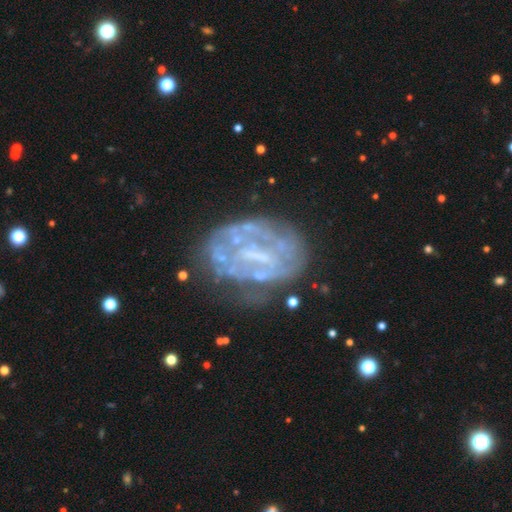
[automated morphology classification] Q: Smooth or featured?
A: featured or disk (75%); runner-up: smooth (14%)
Q: Edge-on disk?
A: no (97%); runner-up: yes (3%)
Q: Bar?
A: no (43%); runner-up: weak (36%)
Q: Spiral arms?
A: no (61%); runner-up: yes (39%)
Q: Bulge size?
A: none (51%); runner-up: small (32%)
Q: Merging?
A: none (56%); runner-up: minor disturbance (22%)